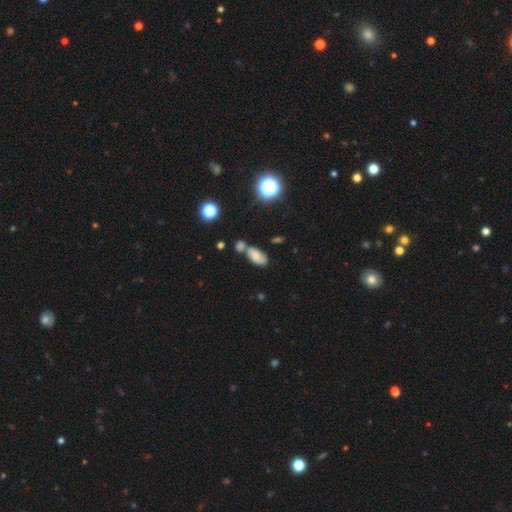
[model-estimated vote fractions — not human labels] Smooth or featured: smooth — 66% (featured or disk — 20%)
How rounded: in between — 89% (round — 5%)
Merging: none — 47% (merger — 32%)